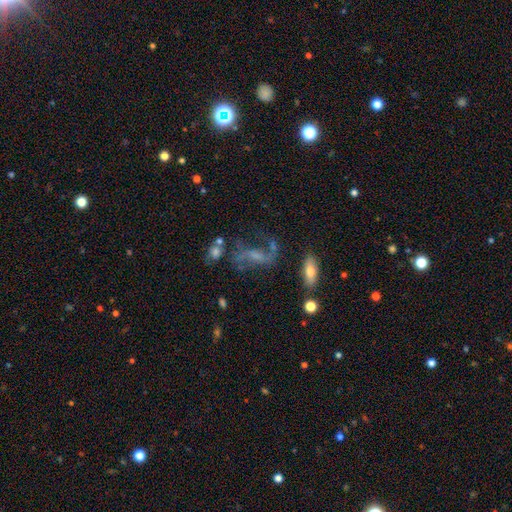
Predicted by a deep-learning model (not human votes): This appears to be a featured or disk galaxy (68%) with a weak bar (41%), 2 (83%) loose (64%) spiral arms (83%) and a small central bulge (40%). Merging: none (51%).